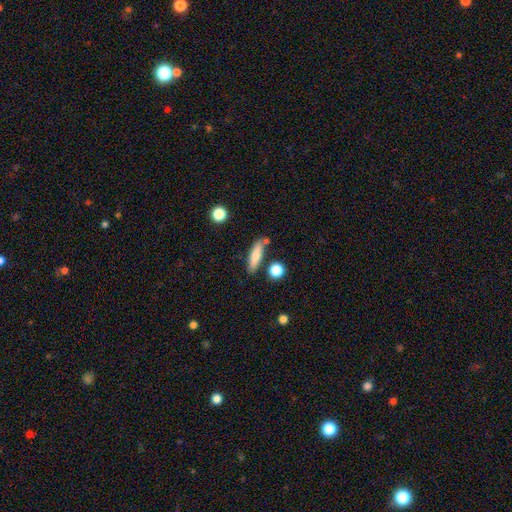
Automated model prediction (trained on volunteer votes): A smooth galaxy with no disk features (74%) that is cigar-shaped (68%). Merging: none (76%).